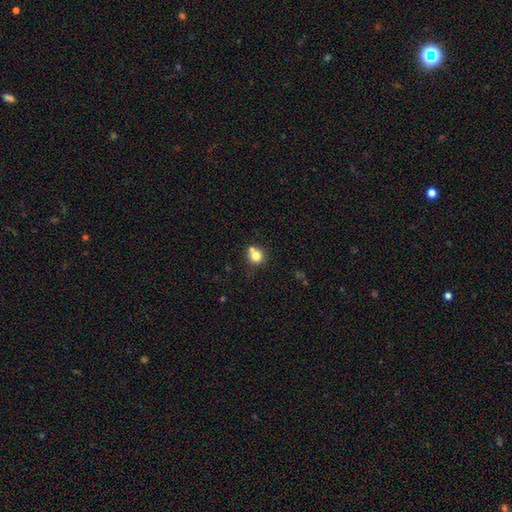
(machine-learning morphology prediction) Overall: smooth (78%). How rounded: round (86%). Merging: none (54%; merger 31%).